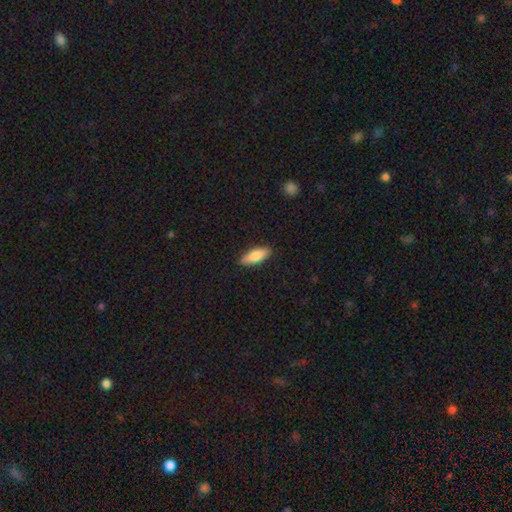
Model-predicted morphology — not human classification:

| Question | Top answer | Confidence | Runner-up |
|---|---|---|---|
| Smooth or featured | smooth | 81% | featured or disk (14%) |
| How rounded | in between | 65% | cigar-shaped (33%) |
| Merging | none | 89% | minor disturbance (8%) |